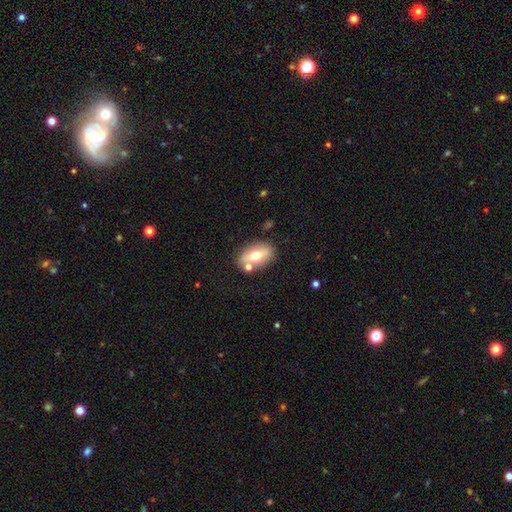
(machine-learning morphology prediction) Smooth or featured? smooth (61%)
How rounded? in between (85%)
Merging? none (74%)